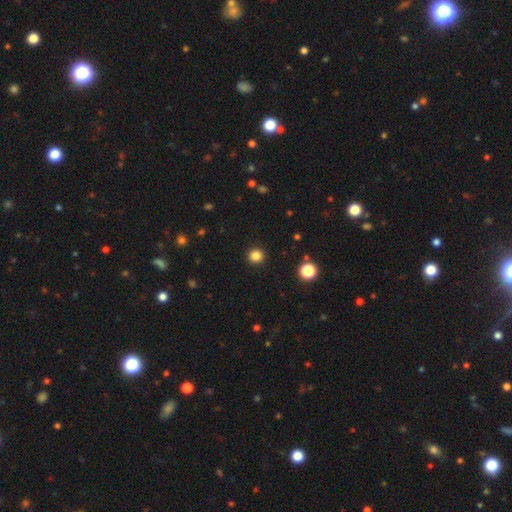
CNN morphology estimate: Overall: smooth (84%). How rounded: round (93%). Merging: none (93%).